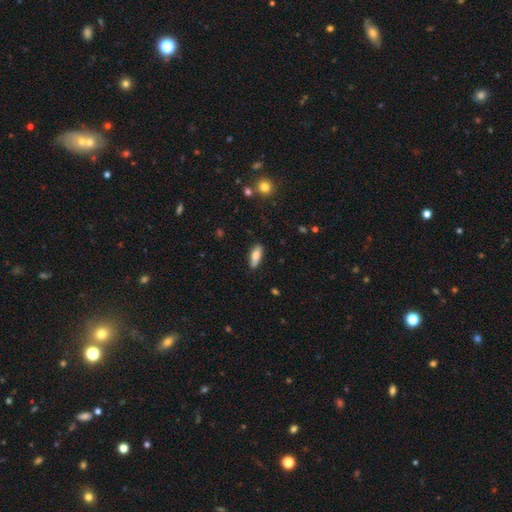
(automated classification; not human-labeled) Q: Smooth or featured?
A: smooth (78%); runner-up: featured or disk (15%)
Q: How rounded?
A: in between (72%); runner-up: cigar-shaped (26%)
Q: Merging?
A: none (84%); runner-up: minor disturbance (13%)